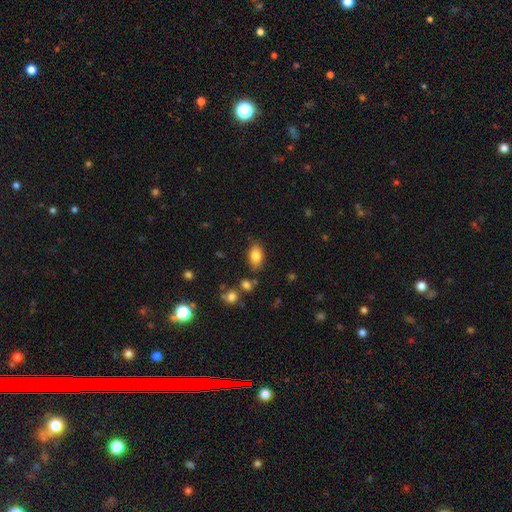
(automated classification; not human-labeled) Smooth or featured?
  - smooth: 83% *
  - featured or disk: 9%
  - star or artifact: 8%
How rounded?
  - in between: 90% *
  - round: 8%
  - cigar-shaped: 2%
Merging?
  - none: 80% *
  - minor disturbance: 13%
  - merger: 4%
  - major disturbance: 3%